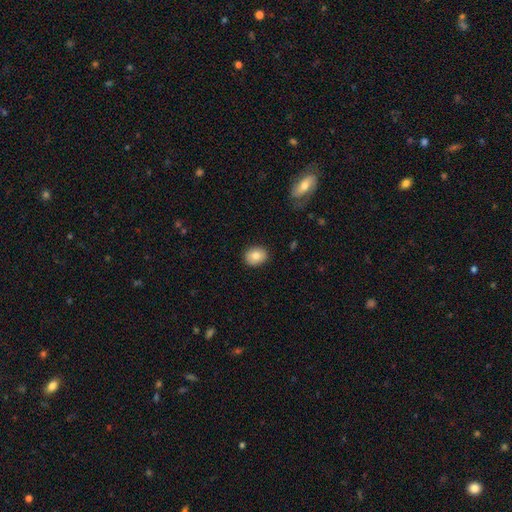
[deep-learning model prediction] Morphology: type=smooth (82%); roundness=round (51%); merging=none (88%).